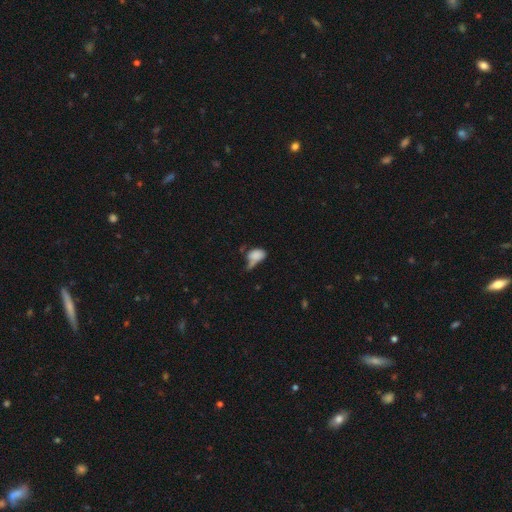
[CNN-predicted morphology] smooth_or_featured: smooth (p=0.76) [alt: featured or disk p=0.14]
how_rounded: in between (p=0.82) [alt: round p=0.15]
merging: minor disturbance (p=0.29) [alt: major disturbance p=0.28]